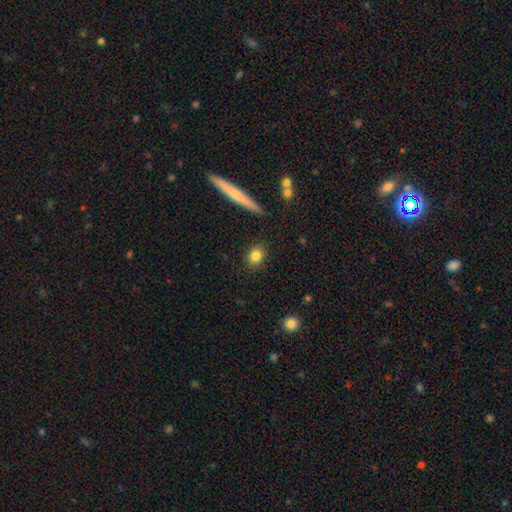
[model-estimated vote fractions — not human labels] Smooth or featured?
  - smooth: 82% *
  - star or artifact: 9%
  - featured or disk: 9%
How rounded?
  - round: 56% *
  - in between: 40%
  - cigar-shaped: 4%
Merging?
  - none: 88% *
  - minor disturbance: 8%
  - major disturbance: 2%
  - merger: 2%